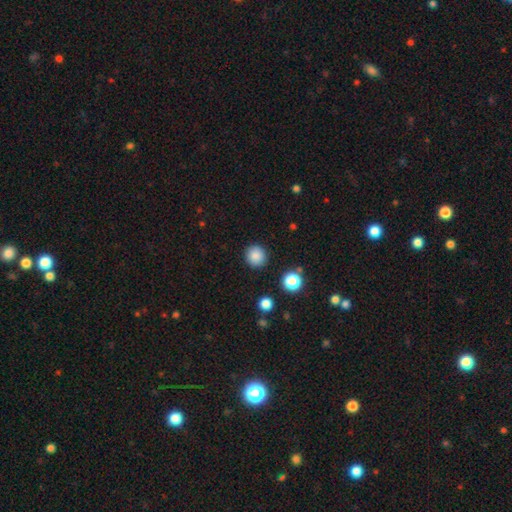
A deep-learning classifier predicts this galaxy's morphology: smooth-or-featured: smooth: 85% | star or artifact: 10% | featured or disk: 5%
  how-rounded: round: 93% | in between: 6% | cigar-shaped: 1%
  merging: none: 90% | minor disturbance: 6% | major disturbance: 2% | merger: 2%